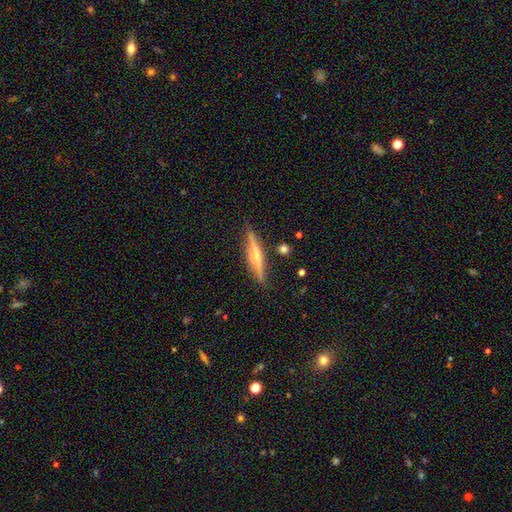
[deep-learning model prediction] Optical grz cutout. It shows a featured or disk galaxy (66%) viewed edge-on (96%) with a rounded central bulge (69%). Merging: none (86%).